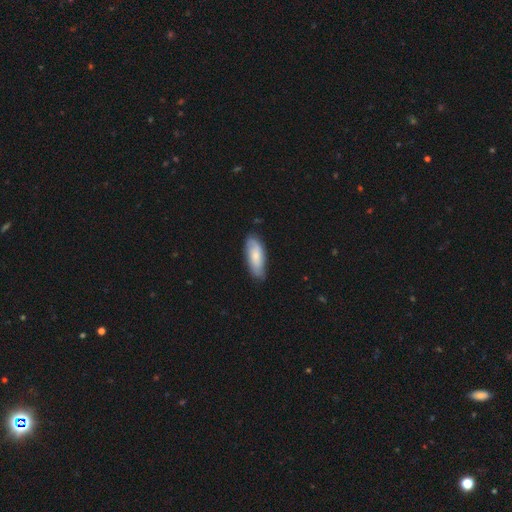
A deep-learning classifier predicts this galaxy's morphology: Smooth or featured? Predicted: smooth (p=0.57). How rounded? Predicted: in between (p=0.75). Merging? Predicted: none (p=0.75).